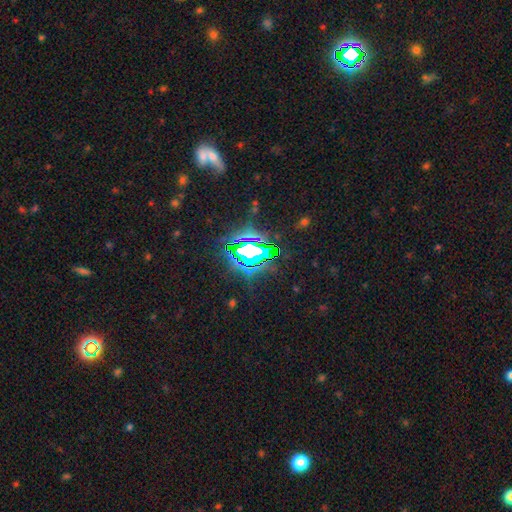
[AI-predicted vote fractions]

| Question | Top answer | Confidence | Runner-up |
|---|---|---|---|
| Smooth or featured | star or artifact | 76% | smooth (13%) |